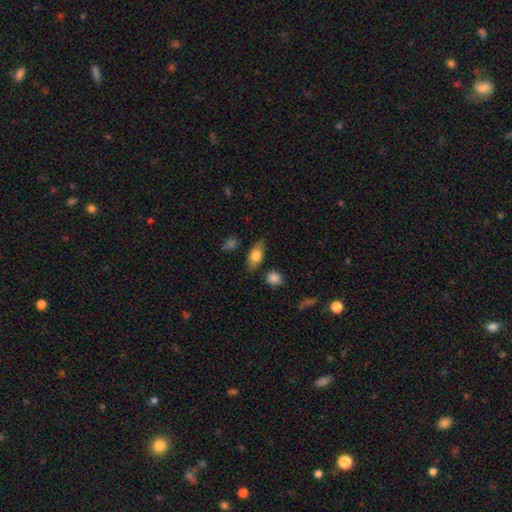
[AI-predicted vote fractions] Smooth or featured? smooth (72%)
How rounded? in between (82%)
Merging? none (80%)